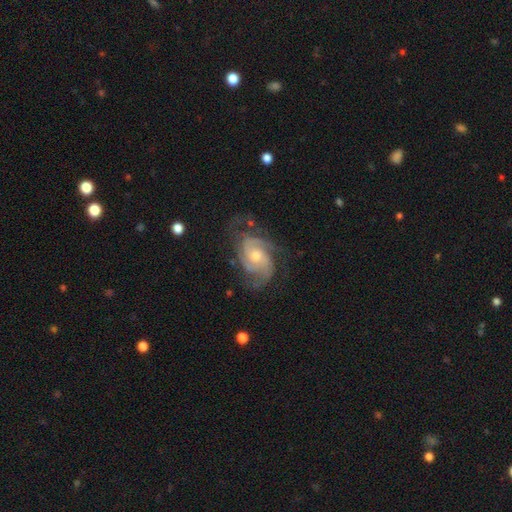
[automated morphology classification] Smooth or featured?
  - featured or disk: 88% *
  - smooth: 7%
  - star or artifact: 5%
Edge-on disk?
  - no: 98% *
  - yes: 2%
Bar?
  - no: 68% *
  - weak: 27%
  - strong: 5%
Spiral arms?
  - yes: 96% *
  - no: 4%
Spiral winding?
  - tight: 46% *
  - medium: 43%
  - loose: 11%
Spiral arm count?
  - 2: 38% *
  - 3: 30%
  - can't tell: 17%
  - 4: 6%
  - 1: 5%
  - more than 4: 4%
Bulge size?
  - moderate: 58% *
  - small: 35%
  - large: 4%
  - none: 2%
  - dominant: 1%
Merging?
  - none: 62% *
  - minor disturbance: 22%
  - major disturbance: 15%
  - merger: 2%